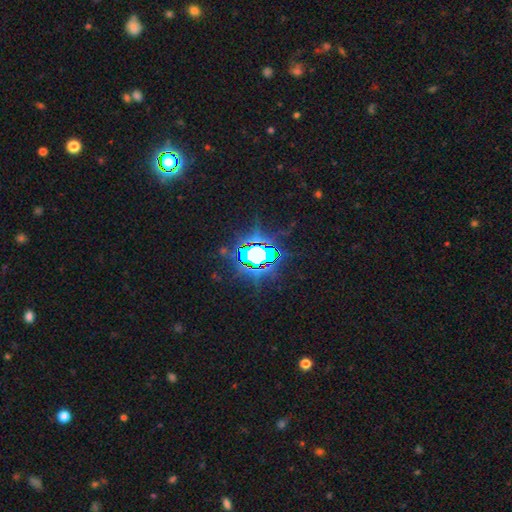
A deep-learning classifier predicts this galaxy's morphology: smooth_or_featured: star or artifact (p=0.76) [alt: featured or disk p=0.12]